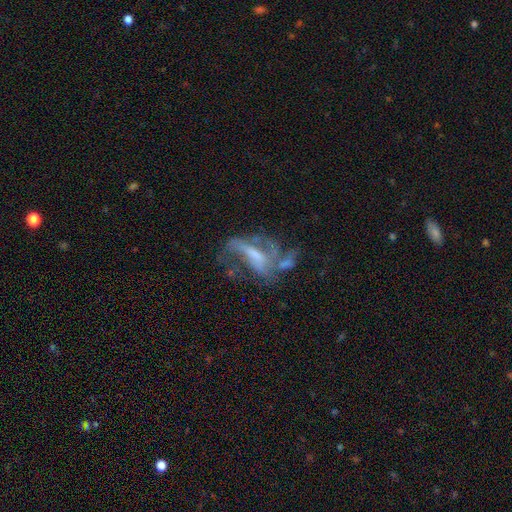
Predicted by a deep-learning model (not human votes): Smooth or featured: featured or disk — 72% (smooth — 16%)
Edge-on disk: no — 93% (yes — 7%)
Bar: weak — 37% (no — 34%)
Spiral arms: yes — 70% (no — 30%)
Bulge size: moderate — 31% (small — 30%)
Merging: major disturbance — 37% (none — 28%)